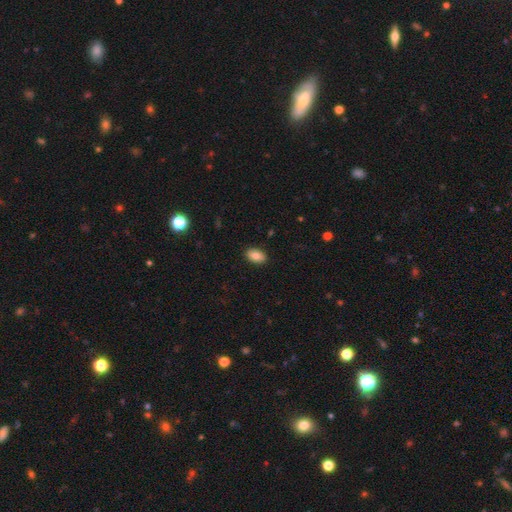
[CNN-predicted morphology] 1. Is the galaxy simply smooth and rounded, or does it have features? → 83% smooth, 9% featured or disk, 8% star or artifact.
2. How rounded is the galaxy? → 91% in between, 8% round, 2% cigar-shaped.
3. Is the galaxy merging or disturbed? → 89% none, 8% minor disturbance, 2% major disturbance, 1% merger.